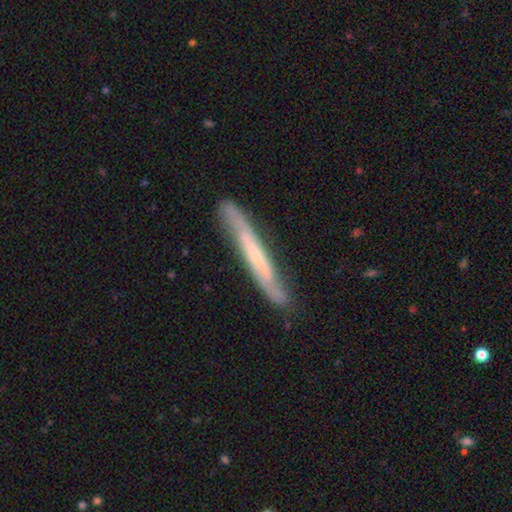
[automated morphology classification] A featured or disk galaxy (63%) viewed edge-on (74%).

Vote fractions:
- Smooth or featured? featured or disk: 63% / smooth: 31% / star or artifact: 6%
- Edge-on disk? yes: 74% / no: 26%
- Merging? none: 80% / minor disturbance: 15% / major disturbance: 3% / merger: 2%